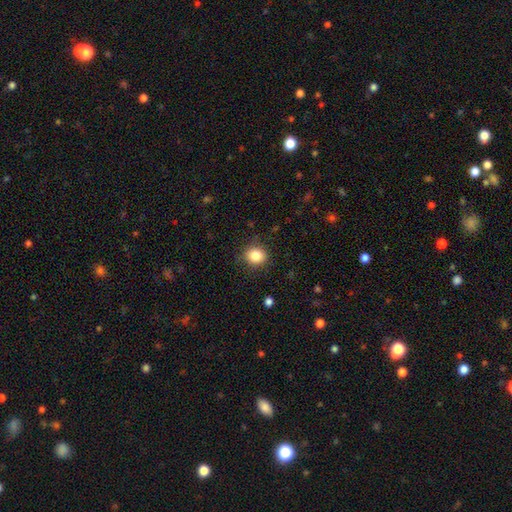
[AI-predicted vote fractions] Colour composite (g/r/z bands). It shows a smooth galaxy with no disk features (84%) that is round (79%). Merging: none (87%).